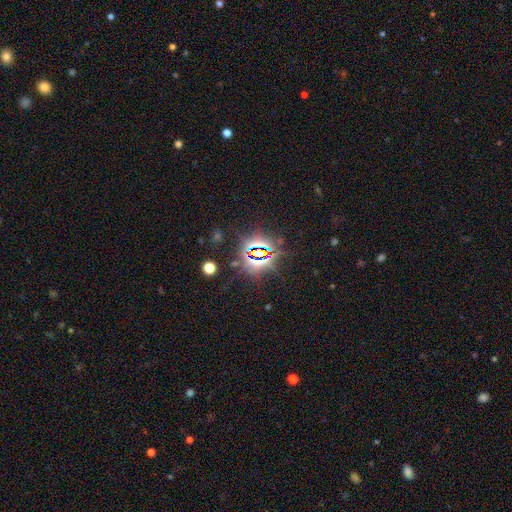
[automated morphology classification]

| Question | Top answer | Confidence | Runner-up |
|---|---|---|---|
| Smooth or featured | star or artifact | 82% | smooth (11%) |